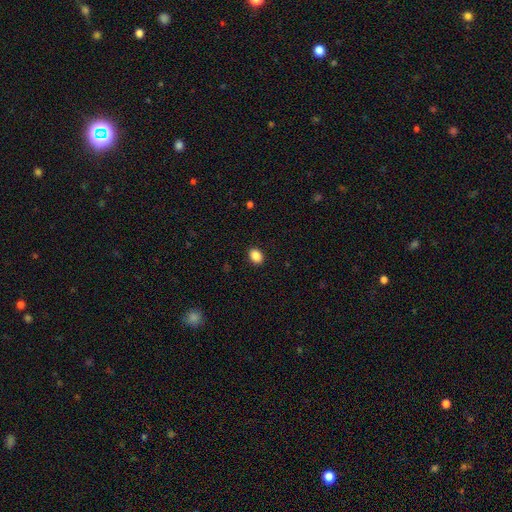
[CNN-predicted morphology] Q: Smooth or featured?
A: smooth (88%); runner-up: star or artifact (9%)
Q: How rounded?
A: in between (72%); runner-up: round (27%)
Q: Merging?
A: none (91%); runner-up: minor disturbance (6%)